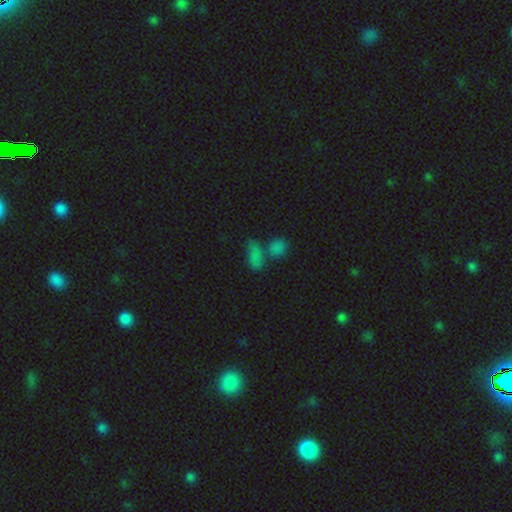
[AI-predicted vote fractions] Smooth or featured: smooth — 67% (star or artifact — 23%)
How rounded: in between — 72% (cigar-shaped — 15%)
Merging: none — 40% (merger — 38%)